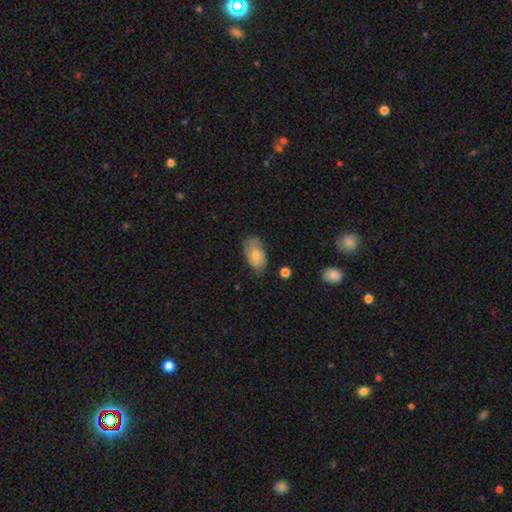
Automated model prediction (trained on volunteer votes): smooth-or-featured: smooth: 66% | featured or disk: 27% | star or artifact: 7%
  how-rounded: in between: 92% | round: 6% | cigar-shaped: 2%
  merging: none: 65% | minor disturbance: 27% | major disturbance: 7% | merger: 2%